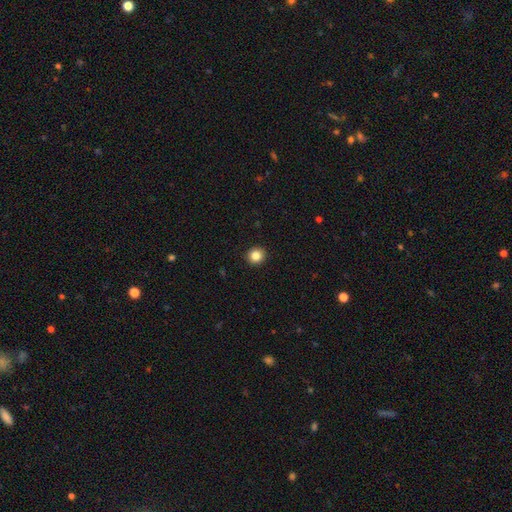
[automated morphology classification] Smooth or featured? smooth (84%)
How rounded? round (92%)
Merging? none (93%)